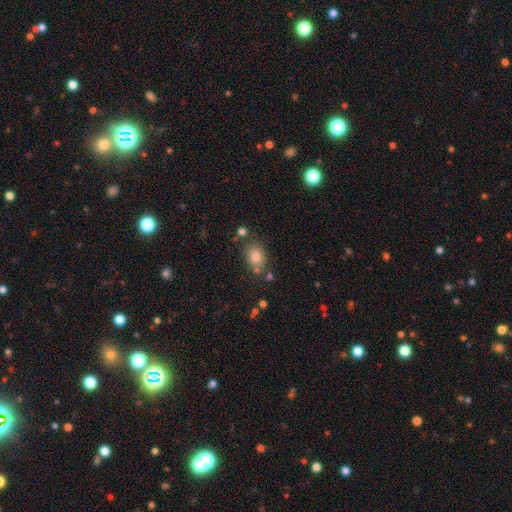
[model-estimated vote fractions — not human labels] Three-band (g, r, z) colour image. It shows a smooth galaxy with no disk features (72%) that is in between round and cigar-shaped (53%). Merging: none (75%).